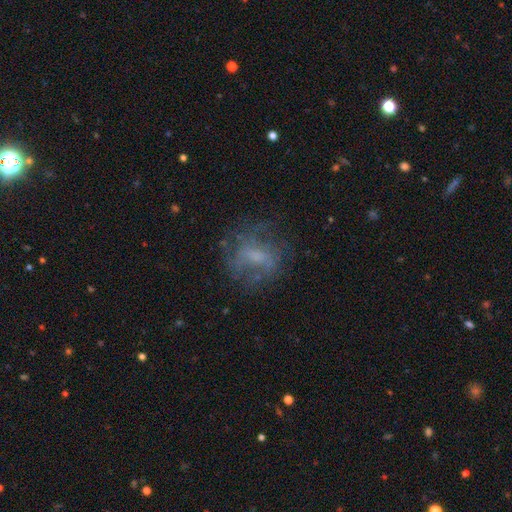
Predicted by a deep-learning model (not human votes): This is possibly a featured or disk galaxy (50%). It is clearly not viewed edge-on (96%). Merging: possibly none (59%).